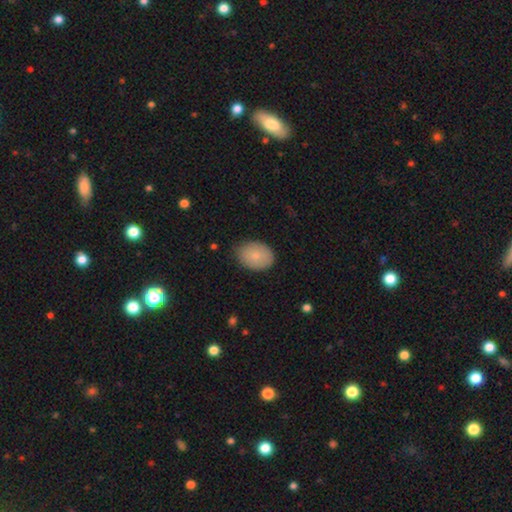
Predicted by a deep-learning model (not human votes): Q: Smooth or featured?
A: smooth (80%); runner-up: featured or disk (13%)
Q: How rounded?
A: in between (70%); runner-up: round (29%)
Q: Merging?
A: none (80%); runner-up: minor disturbance (15%)